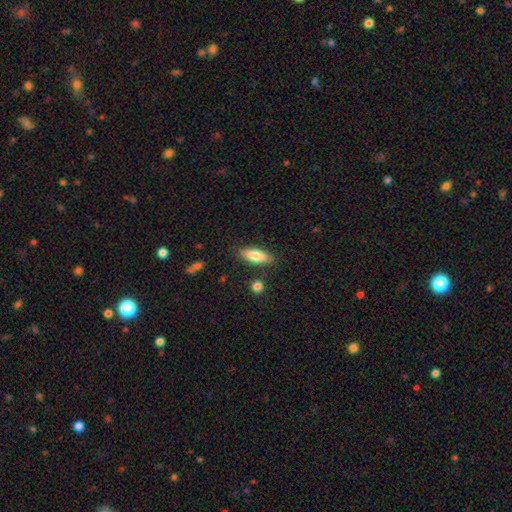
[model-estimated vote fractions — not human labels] A smooth galaxy with no disk features (78%) that is in between round and cigar-shaped (68%). Merging: none (83%).